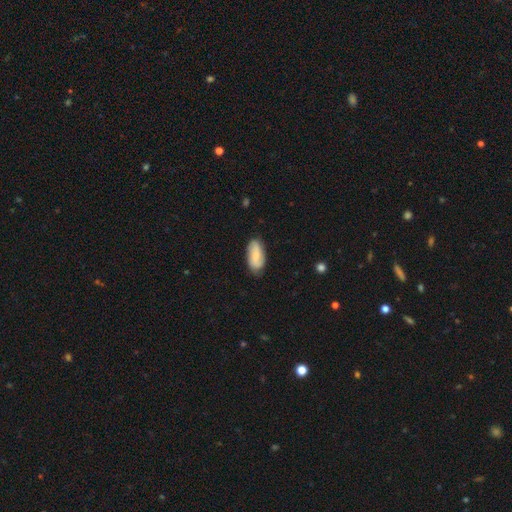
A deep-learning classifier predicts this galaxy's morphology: Smooth or featured? Predicted: smooth (p=0.62). How rounded? Predicted: in between (p=0.89). Merging? Predicted: none (p=0.80).